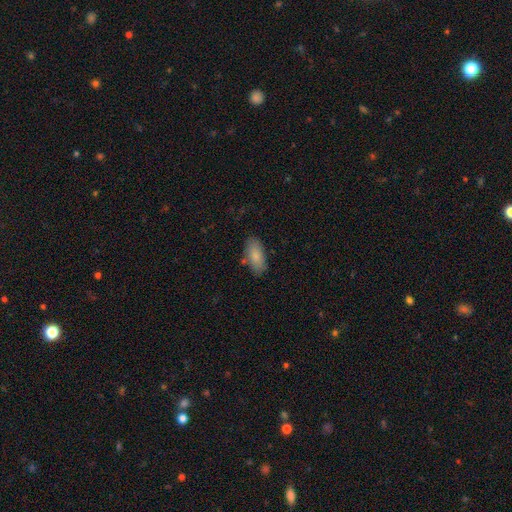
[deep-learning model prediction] Q: Smooth or featured?
A: smooth (84%); runner-up: featured or disk (9%)
Q: How rounded?
A: in between (89%); runner-up: cigar-shaped (9%)
Q: Merging?
A: none (78%); runner-up: minor disturbance (15%)